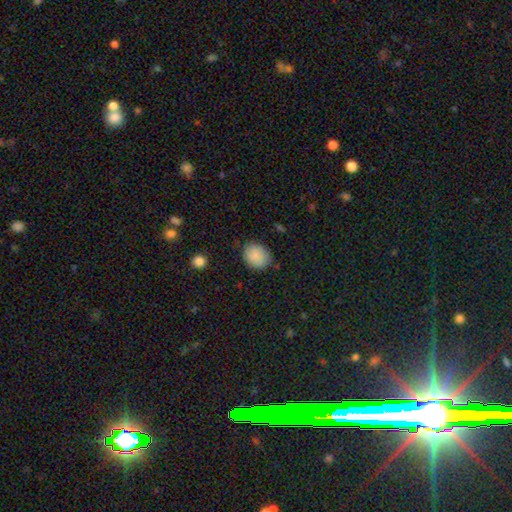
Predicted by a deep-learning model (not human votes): Smooth or featured? Predicted: smooth (p=0.88). How rounded? Predicted: round (p=0.54). Merging? Predicted: none (p=0.81).